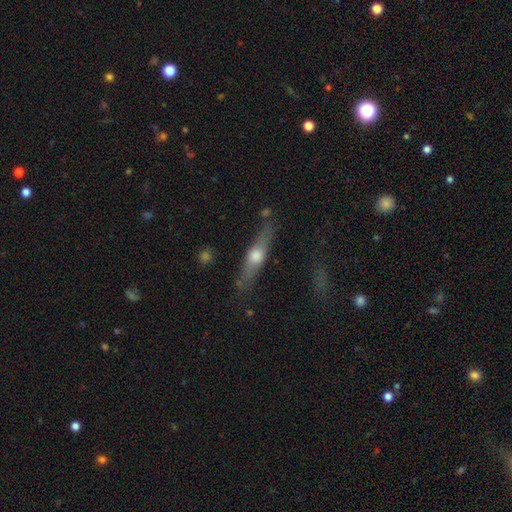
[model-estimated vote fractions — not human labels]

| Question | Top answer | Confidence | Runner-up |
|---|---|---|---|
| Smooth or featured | featured or disk | 60% | smooth (33%) |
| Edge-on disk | yes | 93% | no (7%) |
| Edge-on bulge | rounded | 92% | none (4%) |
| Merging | none | 82% | minor disturbance (12%) |